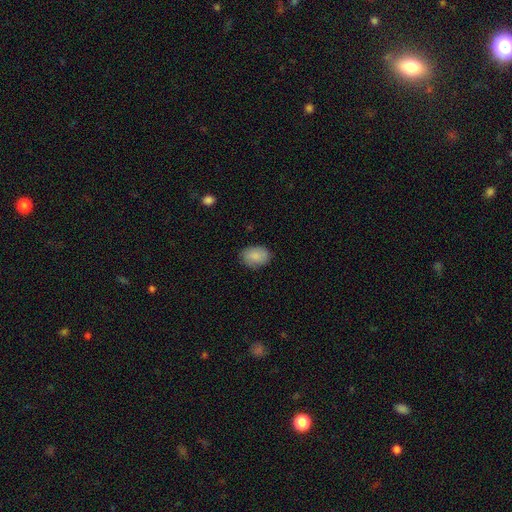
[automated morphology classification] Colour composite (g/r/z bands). It shows a smooth galaxy with no disk features (86%) that is in between round and cigar-shaped (79%). Merging: none (83%).